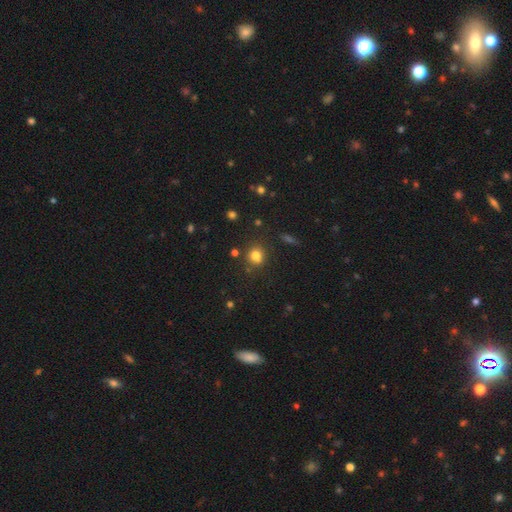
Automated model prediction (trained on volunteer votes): A smooth galaxy with no disk features (78%) that is round (75%). Merging: none (74%).